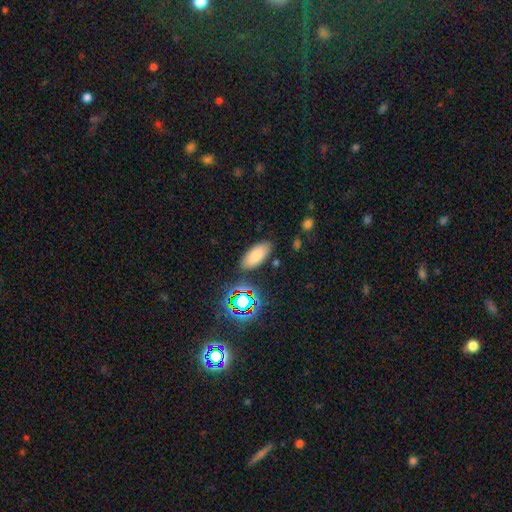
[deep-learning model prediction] Overall: smooth (78%). How rounded: in between (87%). Merging: none (84%).